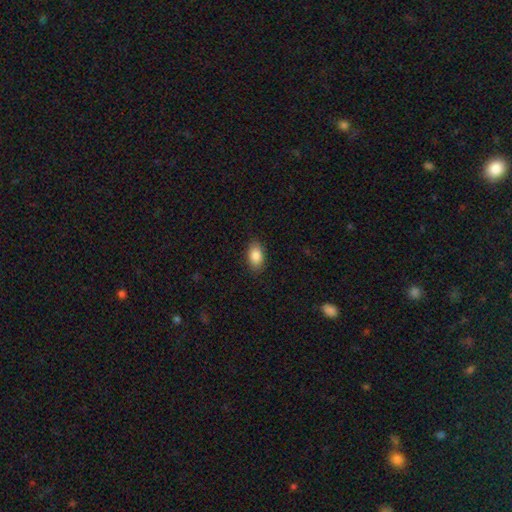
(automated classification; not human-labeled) This appears to be a smooth galaxy with no disk features (87%) that is in between round and cigar-shaped (92%). Merging: none (87%).